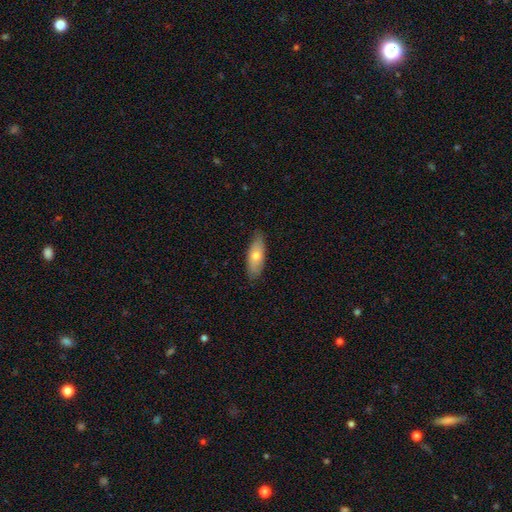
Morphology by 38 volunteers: smooth_or_featured: smooth (p=0.68) [alt: featured or disk p=0.26]
how_rounded: in between (p=0.65) [alt: cigar-shaped p=0.35]
merging: none (p=0.75) [alt: minor disturbance p=0.22]